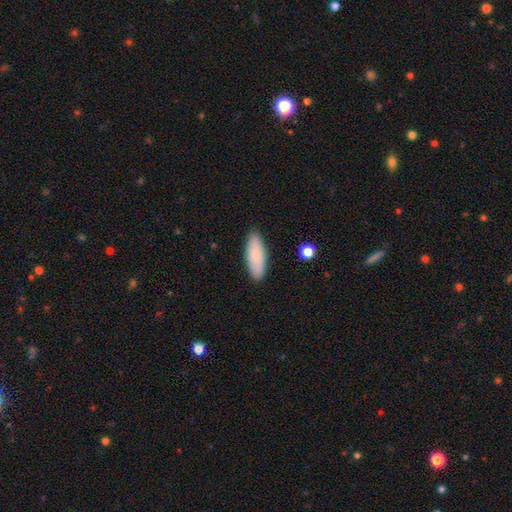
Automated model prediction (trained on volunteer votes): Smooth or featured: smooth — 87% (featured or disk — 8%)
How rounded: in between — 66% (cigar-shaped — 32%)
Merging: none — 88% (minor disturbance — 9%)